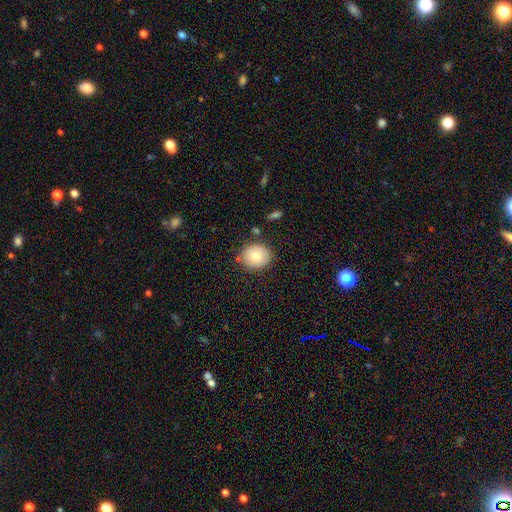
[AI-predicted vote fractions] Smooth or featured?
  - smooth: 79% *
  - featured or disk: 13%
  - star or artifact: 8%
How rounded?
  - round: 75% *
  - in between: 24%
  - cigar-shaped: 1%
Merging?
  - none: 81% *
  - minor disturbance: 12%
  - merger: 4%
  - major disturbance: 3%